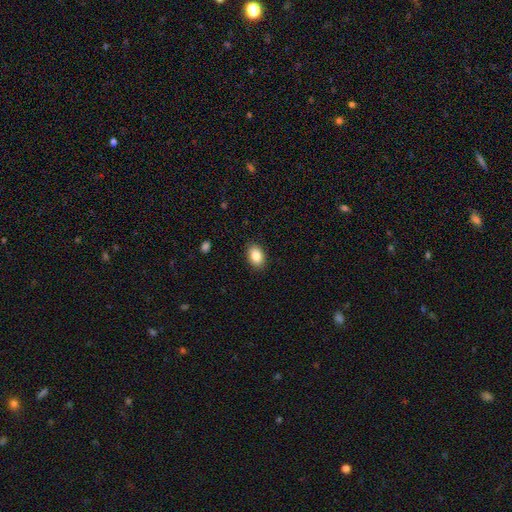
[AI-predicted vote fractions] A smooth galaxy with no disk features (86%) that is in between round and cigar-shaped (86%).

Vote fractions:
- Smooth or featured? smooth: 86% / star or artifact: 8% / featured or disk: 6%
- How rounded? in between: 86% / round: 13% / cigar-shaped: 1%
- Merging? none: 89% / minor disturbance: 8% / major disturbance: 2% / merger: 1%